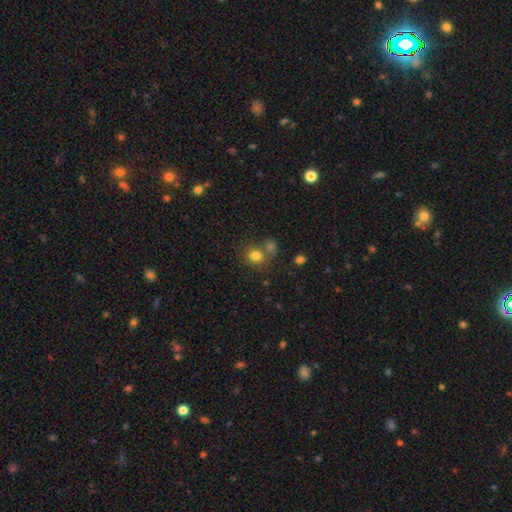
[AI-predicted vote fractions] Q: Smooth or featured?
A: smooth (79%); runner-up: star or artifact (13%)
Q: How rounded?
A: round (77%); runner-up: in between (22%)
Q: Merging?
A: none (58%); runner-up: merger (28%)